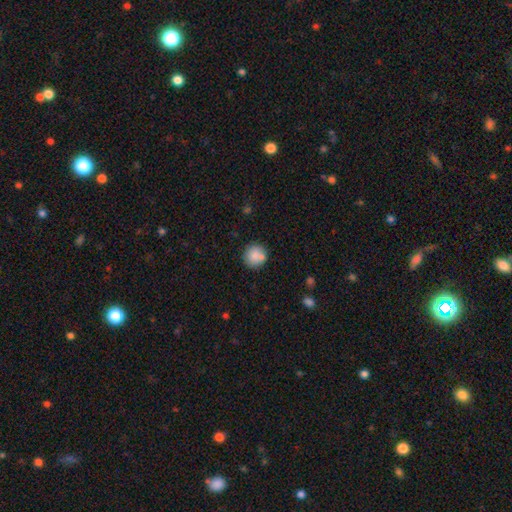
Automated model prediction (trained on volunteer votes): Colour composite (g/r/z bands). It shows a smooth galaxy with no disk features (83%) that is round (90%). Merging: none (73%).